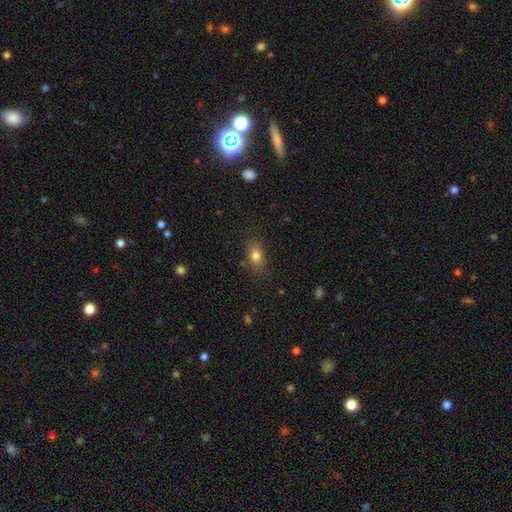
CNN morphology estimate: Smooth or featured?
  - smooth: 80% *
  - star or artifact: 11%
  - featured or disk: 9%
How rounded?
  - in between: 76% *
  - round: 20%
  - cigar-shaped: 4%
Merging?
  - none: 81% *
  - minor disturbance: 13%
  - major disturbance: 4%
  - merger: 2%